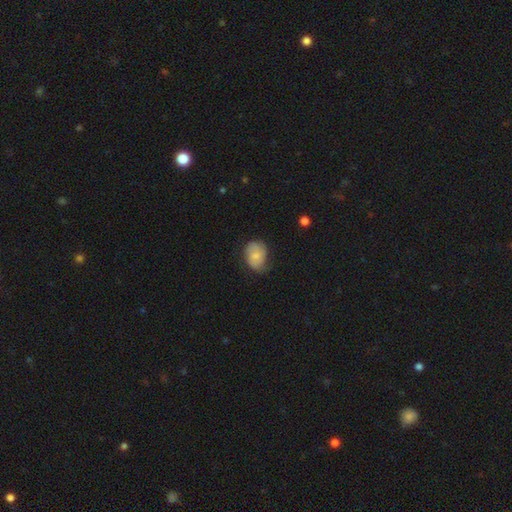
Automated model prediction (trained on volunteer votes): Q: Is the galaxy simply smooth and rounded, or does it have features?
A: smooth — 68%.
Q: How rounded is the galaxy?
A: in between — 67%.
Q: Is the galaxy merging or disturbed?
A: none — 55%.